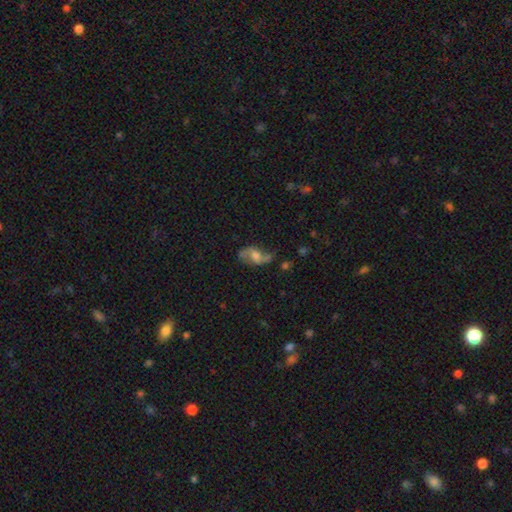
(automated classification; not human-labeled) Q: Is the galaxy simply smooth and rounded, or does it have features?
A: featured or disk — 70%.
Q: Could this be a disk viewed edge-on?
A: no — 95%.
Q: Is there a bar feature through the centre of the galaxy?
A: no — 49%.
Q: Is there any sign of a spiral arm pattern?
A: yes — 89%.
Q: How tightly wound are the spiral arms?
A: loose — 64%.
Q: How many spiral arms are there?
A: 2 — 87%.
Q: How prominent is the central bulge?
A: moderate — 51%.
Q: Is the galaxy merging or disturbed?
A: none — 57%.